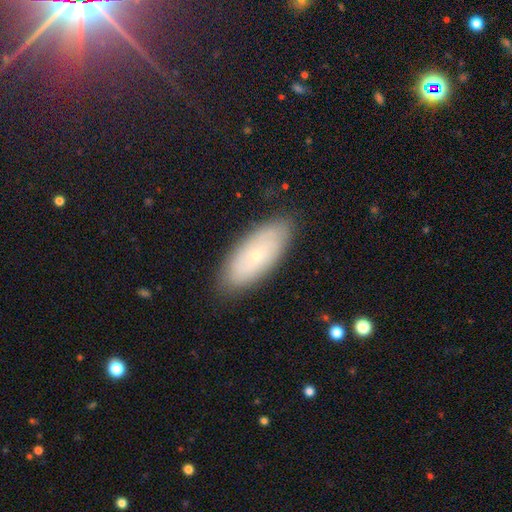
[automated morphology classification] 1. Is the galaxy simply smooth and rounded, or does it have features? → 57% smooth, 35% featured or disk, 8% star or artifact.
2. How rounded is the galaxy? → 83% in between, 14% cigar-shaped, 3% round.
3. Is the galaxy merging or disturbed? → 85% none, 11% minor disturbance, 3% major disturbance, 1% merger.